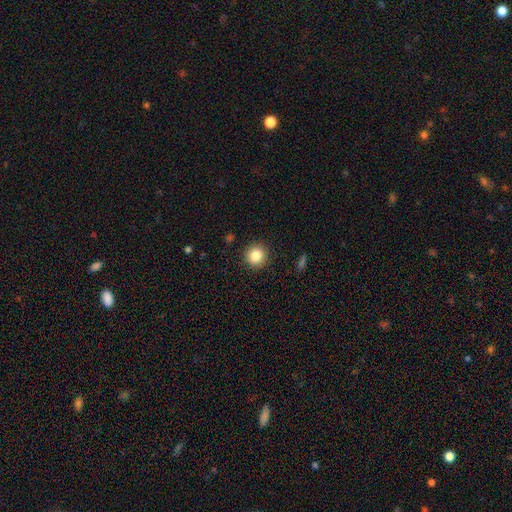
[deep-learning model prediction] smooth_or_featured: smooth (p=0.85) [alt: star or artifact p=0.10]
how_rounded: round (p=0.93) [alt: in between p=0.06]
merging: none (p=0.91) [alt: minor disturbance p=0.06]